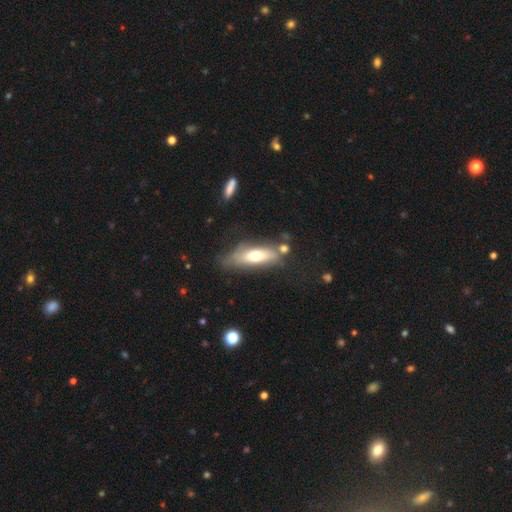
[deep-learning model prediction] Q: Smooth or featured?
A: smooth (60%); runner-up: featured or disk (33%)
Q: How rounded?
A: in between (51%); runner-up: cigar-shaped (46%)
Q: Merging?
A: none (62%); runner-up: minor disturbance (22%)